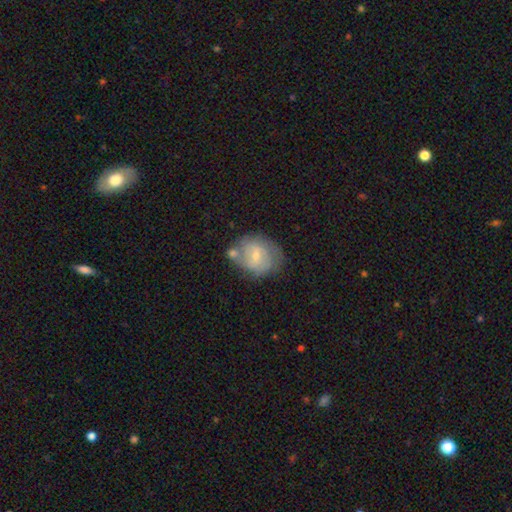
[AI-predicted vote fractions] Smooth or featured?
  - featured or disk: 47% *
  - smooth: 46%
  - star or artifact: 7%
Merging?
  - none: 48% *
  - minor disturbance: 23%
  - merger: 20%
  - major disturbance: 9%